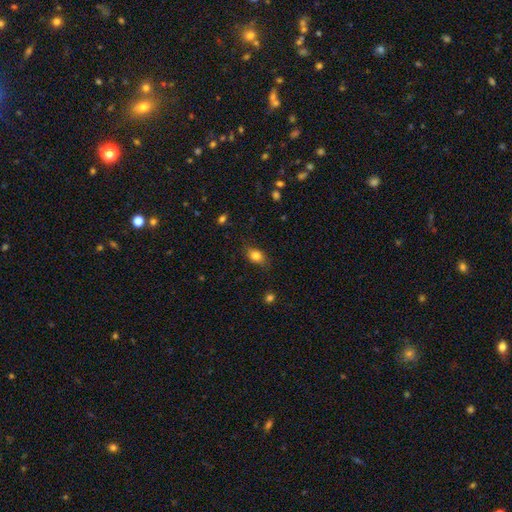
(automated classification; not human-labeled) smooth_or_featured: smooth (p=0.81) [alt: featured or disk p=0.10]
how_rounded: in between (p=0.72) [alt: round p=0.25]
merging: none (p=0.77) [alt: minor disturbance p=0.18]